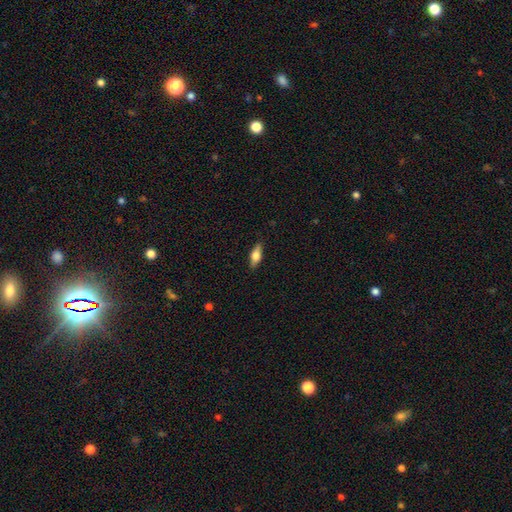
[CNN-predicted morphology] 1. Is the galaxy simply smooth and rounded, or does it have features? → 63% smooth, 31% featured or disk, 7% star or artifact.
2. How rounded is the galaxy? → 70% in between, 26% cigar-shaped, 4% round.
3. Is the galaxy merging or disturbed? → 87% none, 10% minor disturbance, 2% major disturbance, 1% merger.